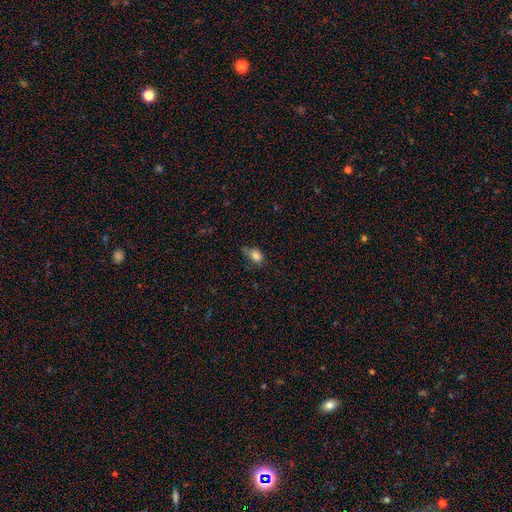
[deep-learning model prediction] Smooth or featured? Predicted: smooth (p=0.82). How rounded? Predicted: in between (p=0.75). Merging? Predicted: none (p=0.49).